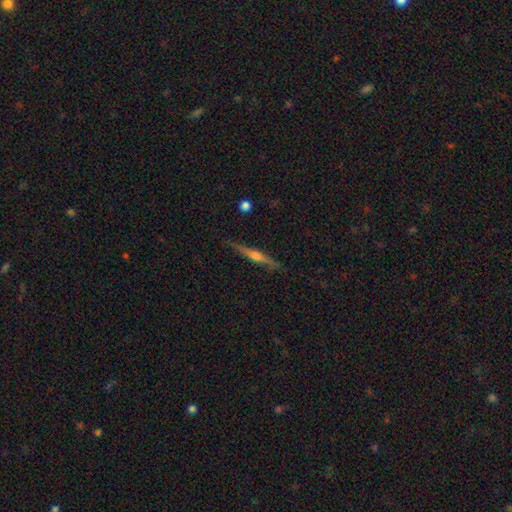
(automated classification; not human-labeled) smooth-or-featured: featured or disk: 75% | smooth: 19% | star or artifact: 6%
  disk-edge-on: yes: 98% | no: 2%
    edge-on-bulge: rounded: 85% | none: 8% | boxy: 7%
  merging: none: 87% | minor disturbance: 10% | major disturbance: 2% | merger: 1%